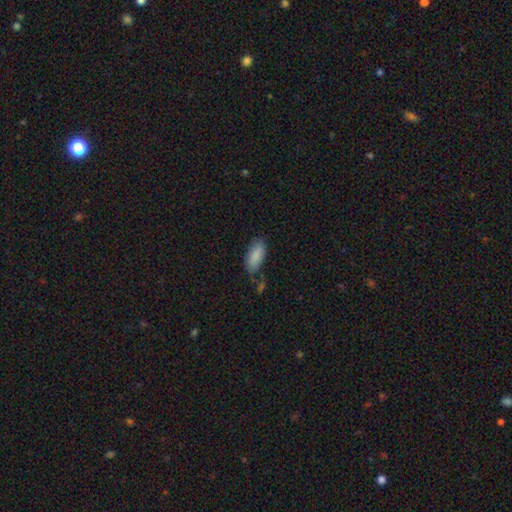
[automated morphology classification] A smooth galaxy with no disk features (87%) that is in between round and cigar-shaped (86%).

Vote fractions:
- Smooth or featured? smooth: 87% / star or artifact: 7% / featured or disk: 6%
- How rounded? in between: 86% / cigar-shaped: 12% / round: 2%
- Merging? none: 69% / minor disturbance: 20% / merger: 6% / major disturbance: 5%